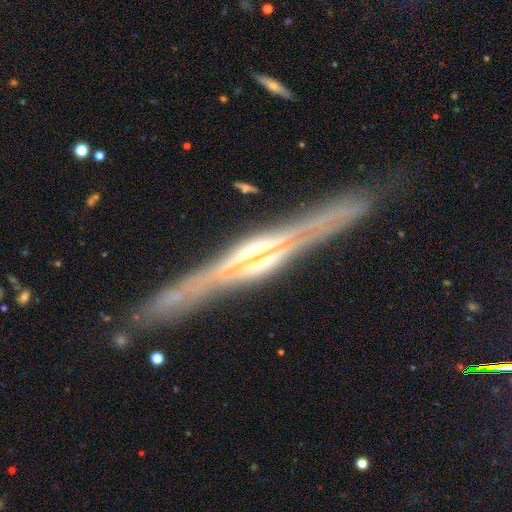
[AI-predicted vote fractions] Smooth or featured: featured or disk — 88% (smooth — 6%)
Edge-on disk: yes — 97% (no — 3%)
Edge-on bulge: rounded — 59% (boxy — 28%)
Merging: none — 87% (minor disturbance — 9%)